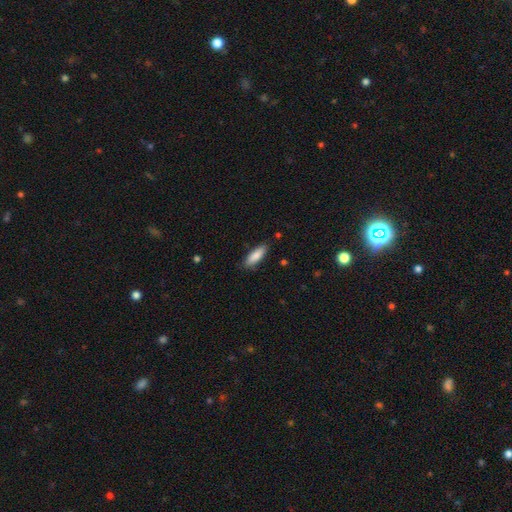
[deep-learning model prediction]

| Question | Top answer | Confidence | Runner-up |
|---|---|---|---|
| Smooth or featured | smooth | 85% | featured or disk (9%) |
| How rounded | in between | 54% | cigar-shaped (44%) |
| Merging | none | 85% | minor disturbance (12%) |